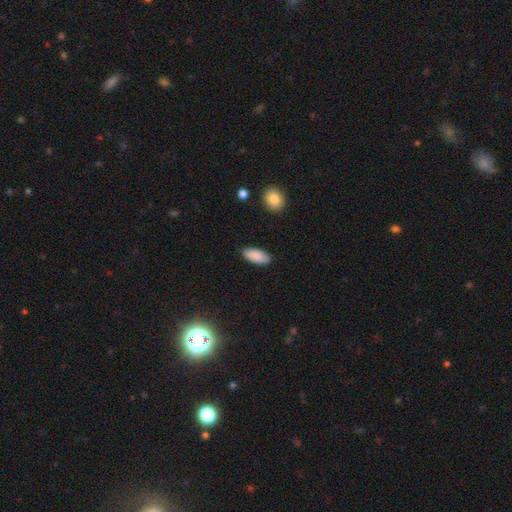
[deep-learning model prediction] Smooth or featured: smooth — 89% (star or artifact — 6%)
How rounded: in between — 87% (cigar-shaped — 12%)
Merging: none — 86% (minor disturbance — 10%)